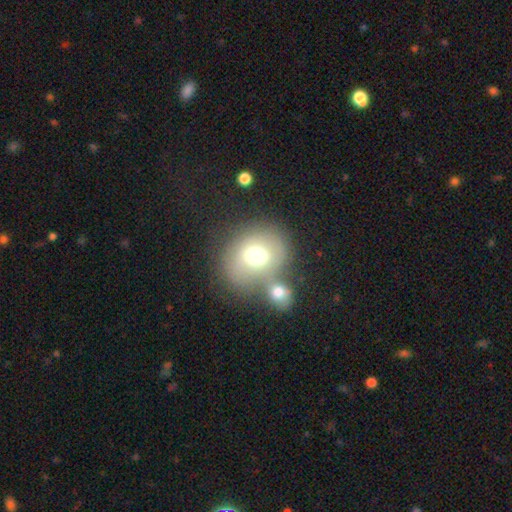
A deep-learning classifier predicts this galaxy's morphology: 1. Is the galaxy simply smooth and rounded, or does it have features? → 65% smooth, 25% featured or disk, 10% star or artifact.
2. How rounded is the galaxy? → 66% round, 33% in between, 1% cigar-shaped.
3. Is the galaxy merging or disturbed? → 44% merger, 36% none, 12% minor disturbance, 8% major disturbance.